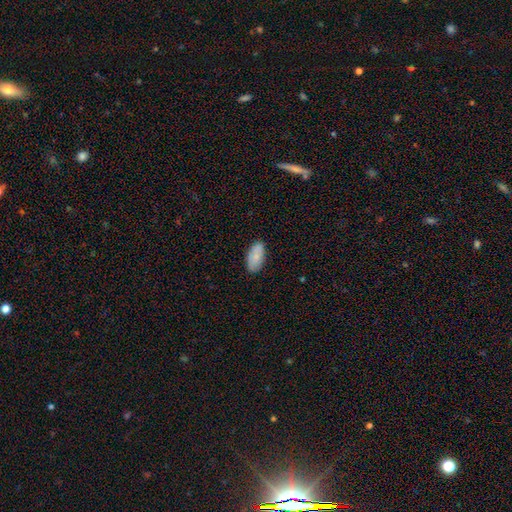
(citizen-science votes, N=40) Smooth or featured: smooth — 82% (featured or disk — 12%)
How rounded: in between — 85% (cigar-shaped — 9%)
Merging: none — 84% (minor disturbance — 16%)